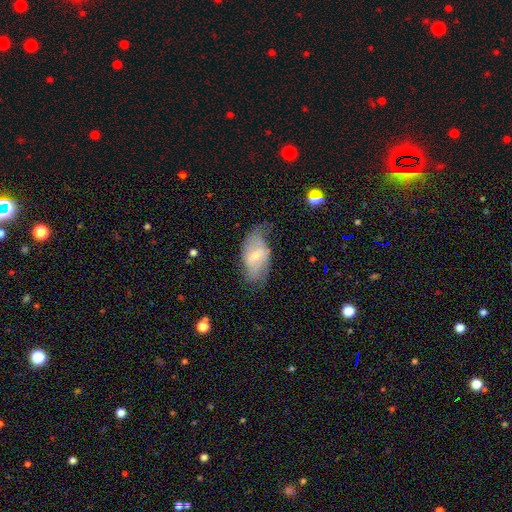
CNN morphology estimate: smooth_or_featured: featured or disk (p=0.59) [alt: smooth p=0.34]
disk_edge_on: no (p=0.92) [alt: yes p=0.08]
bar: weak (p=0.51) [alt: strong p=0.28]
has_spiral_arms: yes (p=0.73) [alt: no p=0.27]
bulge_size: small (p=0.57) [alt: moderate p=0.34]
merging: none (p=0.51) [alt: minor disturbance p=0.31]